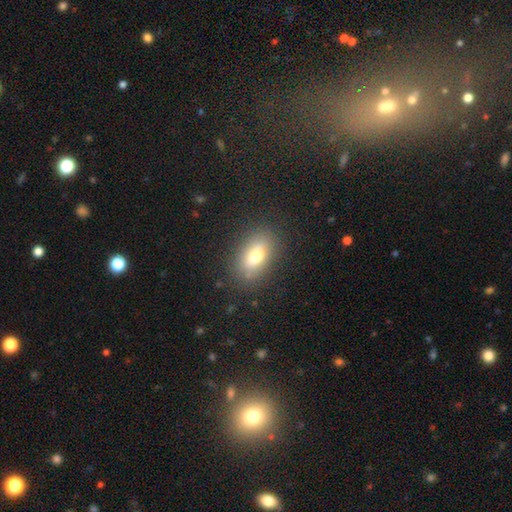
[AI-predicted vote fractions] smooth_or_featured: smooth (p=0.70) [alt: featured or disk p=0.19]
how_rounded: in between (p=0.82) [alt: round p=0.10]
merging: none (p=0.83) [alt: minor disturbance p=0.11]